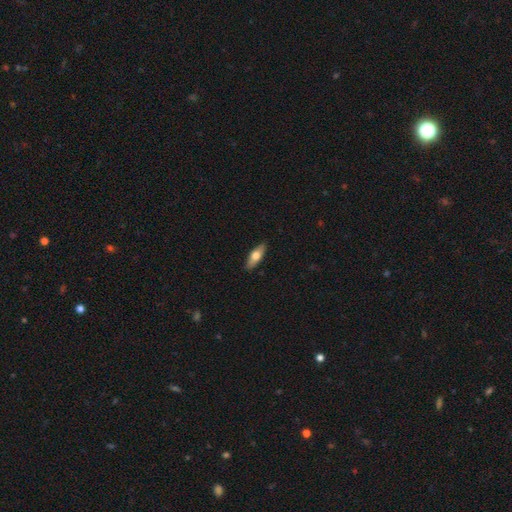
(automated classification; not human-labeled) This appears to be a smooth galaxy with no disk features (62%) that is in between round and cigar-shaped (61%). Merging: none (89%).